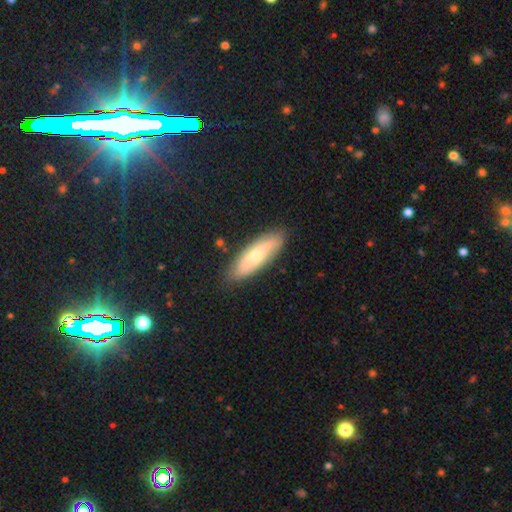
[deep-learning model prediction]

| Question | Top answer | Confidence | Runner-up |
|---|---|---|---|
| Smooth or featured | smooth | 59% | featured or disk (35%) |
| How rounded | in between | 54% | cigar-shaped (44%) |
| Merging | none | 84% | minor disturbance (12%) |